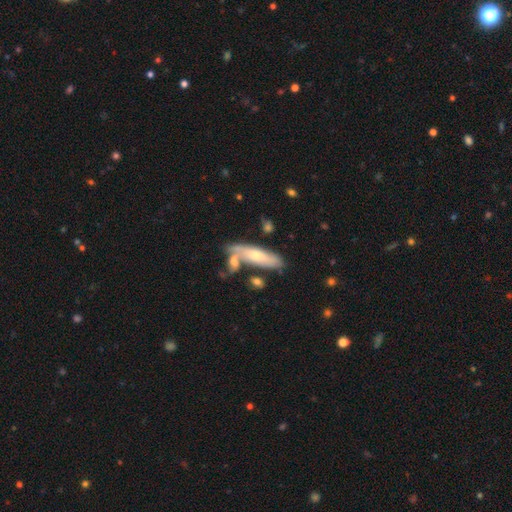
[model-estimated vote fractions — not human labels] Smooth or featured? smooth (47%)
Merging? none (51%)